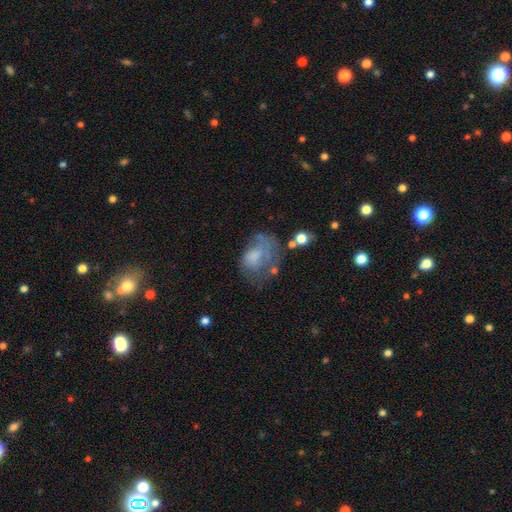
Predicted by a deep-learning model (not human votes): This is possibly a featured or disk galaxy (46%). Merging: marginally major disturbance (36%).